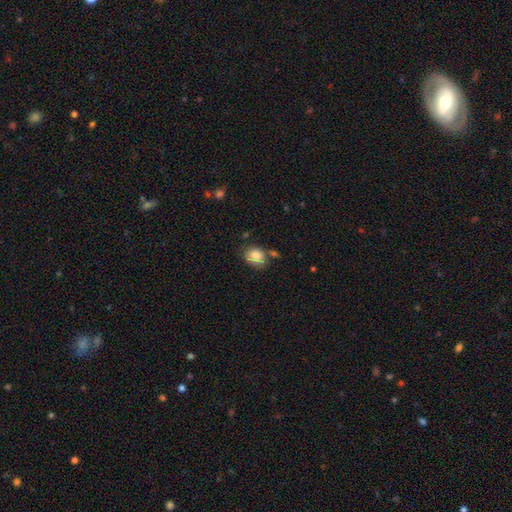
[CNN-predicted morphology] A smooth galaxy with no disk features (82%) that is in between round and cigar-shaped (53%).

Vote fractions:
- Smooth or featured? smooth: 82% / featured or disk: 9% / star or artifact: 9%
- How rounded? in between: 53% / round: 46% / cigar-shaped: 1%
- Merging? none: 67% / minor disturbance: 19% / merger: 9% / major disturbance: 4%